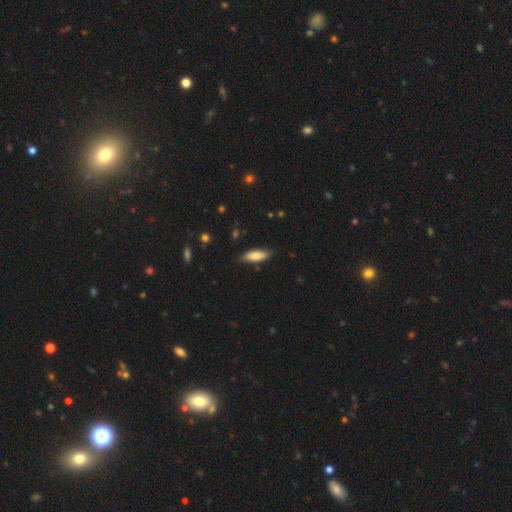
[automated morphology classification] This appears to be a smooth galaxy with no disk features (81%) that is in between round and cigar-shaped (62%). Merging: none (83%).